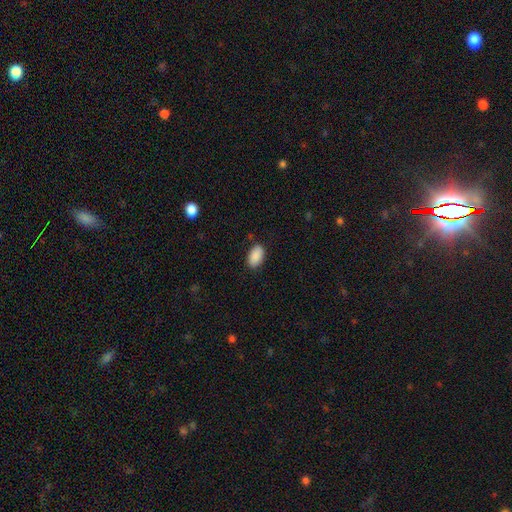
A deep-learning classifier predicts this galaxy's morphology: smooth_or_featured: smooth (p=0.90) [alt: star or artifact p=0.07]
how_rounded: in between (p=0.93) [alt: round p=0.06]
merging: none (p=0.84) [alt: minor disturbance p=0.12]